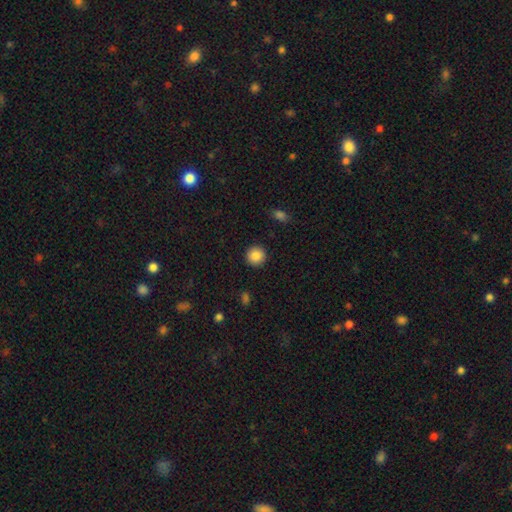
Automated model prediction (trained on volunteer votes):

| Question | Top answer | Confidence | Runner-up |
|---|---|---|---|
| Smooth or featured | smooth | 87% | star or artifact (9%) |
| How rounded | round | 95% | in between (4%) |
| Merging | none | 92% | minor disturbance (5%) |